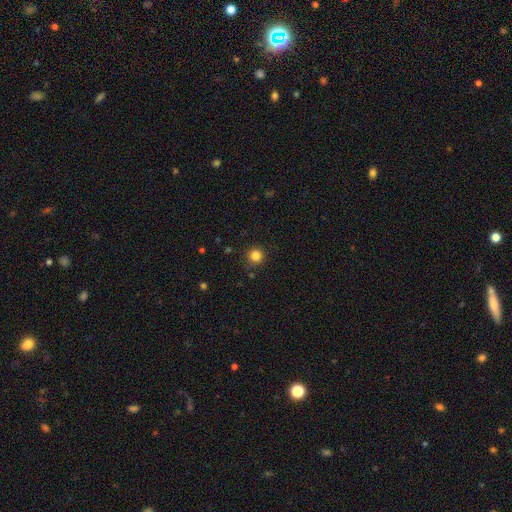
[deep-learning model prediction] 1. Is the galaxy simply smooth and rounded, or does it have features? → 83% smooth, 12% star or artifact, 4% featured or disk.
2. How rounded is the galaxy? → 94% round, 5% in between, 1% cigar-shaped.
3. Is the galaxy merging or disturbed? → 88% none, 8% minor disturbance, 3% major disturbance, 1% merger.